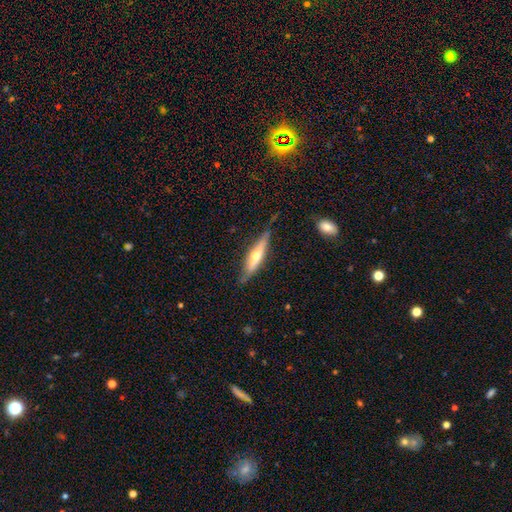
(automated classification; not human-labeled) Smooth or featured? Predicted: featured or disk (p=0.57). Edge-on disk? Predicted: yes (p=0.88). Edge-on bulge? Predicted: rounded (p=0.85). Merging? Predicted: none (p=0.73).